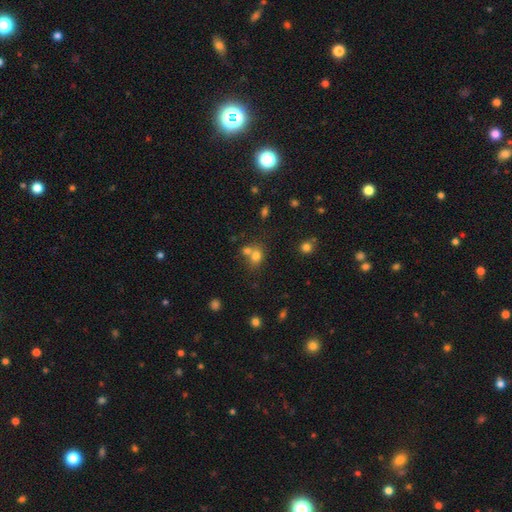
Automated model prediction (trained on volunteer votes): Smooth or featured?
  - smooth: 74% *
  - star or artifact: 15%
  - featured or disk: 11%
How rounded?
  - round: 63% *
  - in between: 36%
  - cigar-shaped: 1%
Merging?
  - merger: 45% *
  - none: 42%
  - minor disturbance: 9%
  - major disturbance: 4%